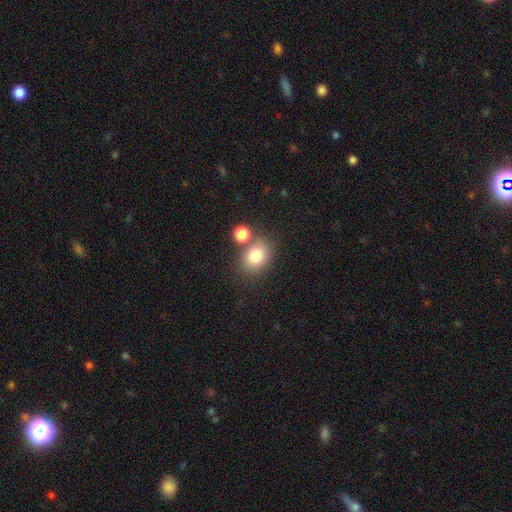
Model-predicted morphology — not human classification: Q: Smooth or featured?
A: smooth (80%); runner-up: star or artifact (10%)
Q: How rounded?
A: in between (55%); runner-up: round (44%)
Q: Merging?
A: none (64%); runner-up: merger (20%)